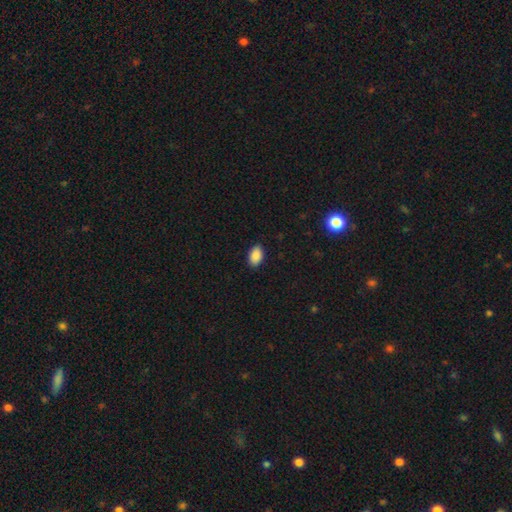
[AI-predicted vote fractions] Smooth or featured?
  - smooth: 89% *
  - star or artifact: 8%
  - featured or disk: 3%
How rounded?
  - in between: 91% *
  - round: 8%
  - cigar-shaped: 1%
Merging?
  - none: 88% *
  - minor disturbance: 9%
  - major disturbance: 2%
  - merger: 1%